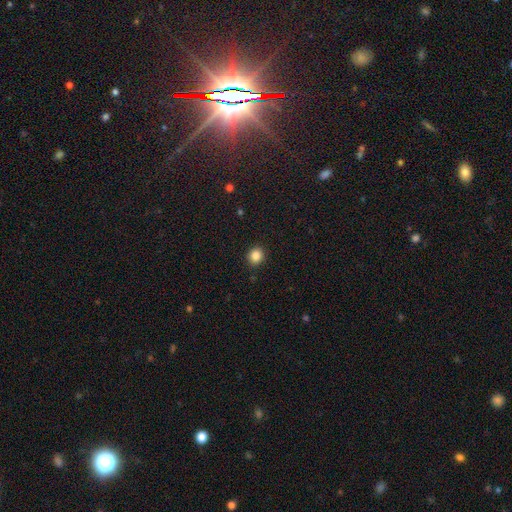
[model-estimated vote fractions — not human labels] Smooth or featured? smooth (85%)
How rounded? round (85%)
Merging? none (92%)